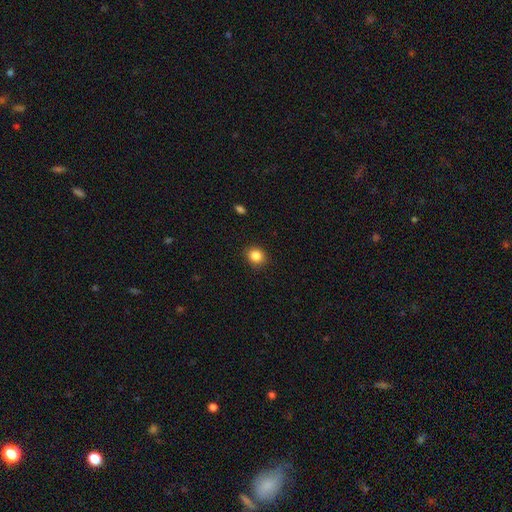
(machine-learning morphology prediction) smooth 86%, star or artifact 10%, featured or disk 4%. Down the decision tree: how rounded — round (74%); merging — none (89%).